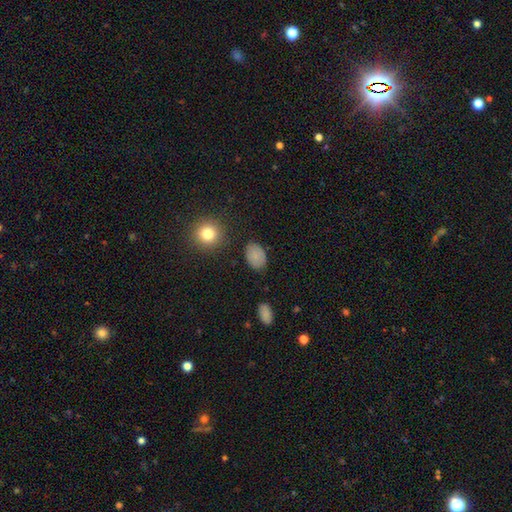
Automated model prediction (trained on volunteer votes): Q: Smooth or featured?
A: smooth (81%); runner-up: star or artifact (10%)
Q: How rounded?
A: in between (78%); runner-up: round (20%)
Q: Merging?
A: none (81%); runner-up: minor disturbance (14%)